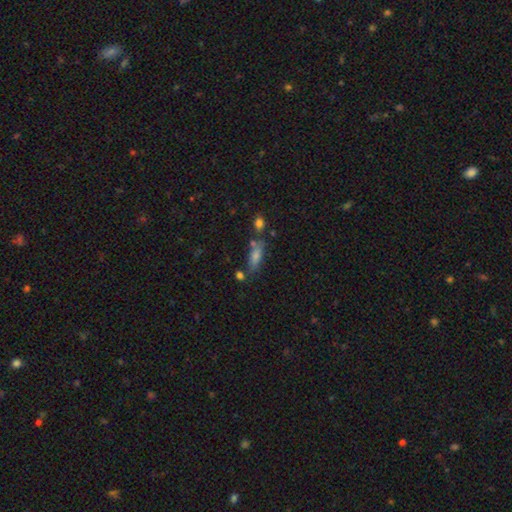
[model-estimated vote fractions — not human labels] Smooth or featured? Predicted: smooth (p=0.65). How rounded? Predicted: in between (p=0.57). Merging? Predicted: none (p=0.61).